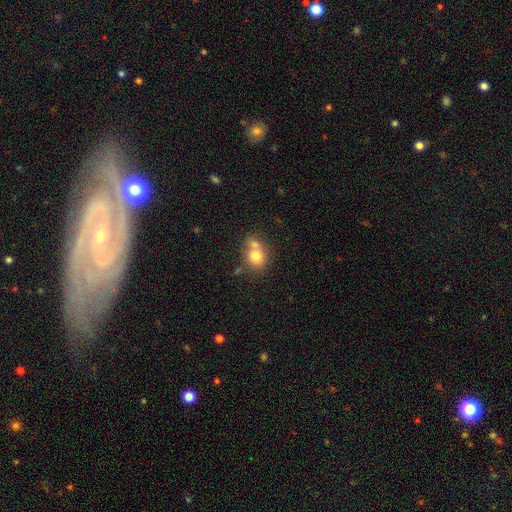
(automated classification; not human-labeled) Q: Smooth or featured?
A: smooth (74%); runner-up: featured or disk (16%)
Q: How rounded?
A: round (68%); runner-up: in between (31%)
Q: Merging?
A: merger (47%); runner-up: none (38%)